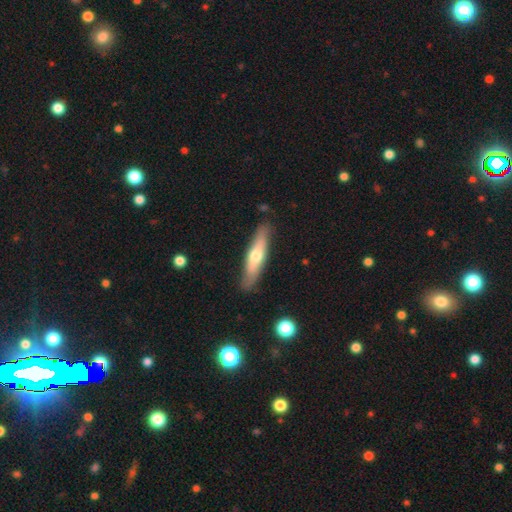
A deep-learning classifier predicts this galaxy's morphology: smooth-or-featured: smooth: 52% | featured or disk: 43% | star or artifact: 5%
  how-rounded: cigar-shaped: 77% | in between: 22% | round: 2%
  merging: none: 85% | minor disturbance: 11% | major disturbance: 2% | merger: 2%